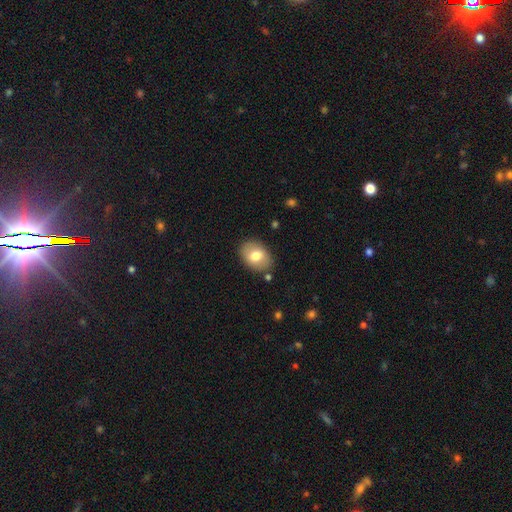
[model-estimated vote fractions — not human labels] Overall: smooth (74%). How rounded: in between (76%). Merging: none (84%).